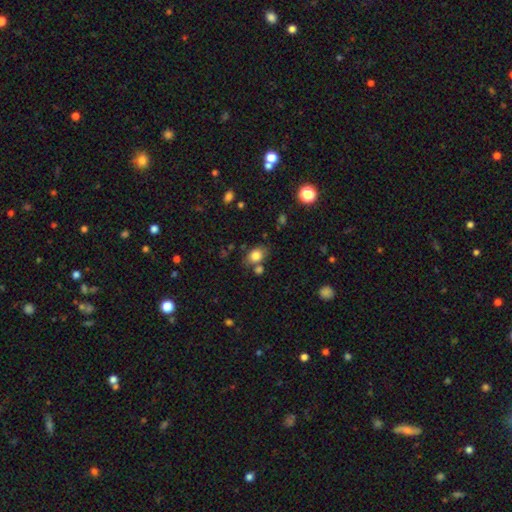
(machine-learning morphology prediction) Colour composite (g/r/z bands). It shows a smooth galaxy with no disk features (81%) that is in between round and cigar-shaped (69%). Merging: none (64%).